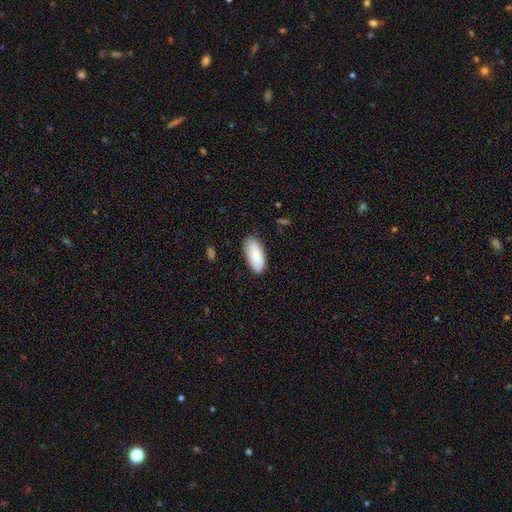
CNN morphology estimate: A smooth galaxy with no disk features (85%) that is in between round and cigar-shaped (90%).

Vote fractions:
- Smooth or featured? smooth: 85% / featured or disk: 9% / star or artifact: 6%
- How rounded? in between: 90% / cigar-shaped: 8% / round: 2%
- Merging? none: 84% / minor disturbance: 12% / major disturbance: 2% / merger: 1%